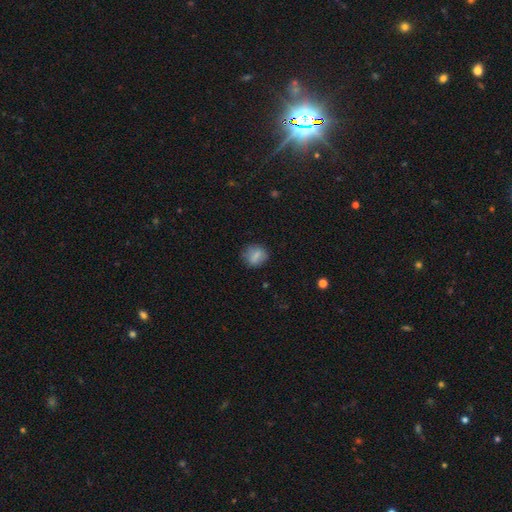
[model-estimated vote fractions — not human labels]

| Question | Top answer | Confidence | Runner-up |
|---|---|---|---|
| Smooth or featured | smooth | 71% | featured or disk (19%) |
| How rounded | round | 72% | in between (26%) |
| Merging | none | 77% | minor disturbance (16%) |